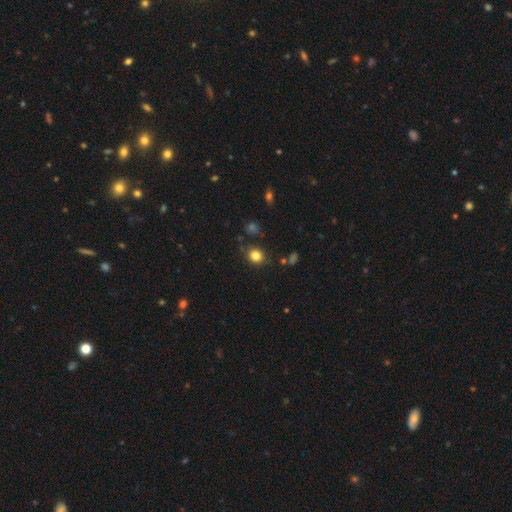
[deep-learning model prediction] This is clearly a smooth galaxy (82%). How rounded: likely round (77%). Merging: clearly none (82%).